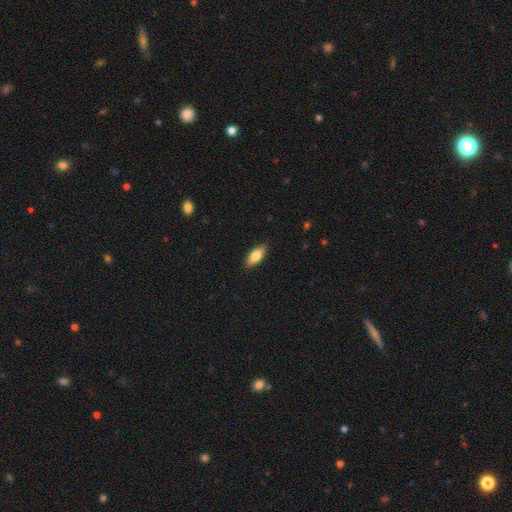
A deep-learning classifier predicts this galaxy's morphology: A smooth galaxy with no disk features (76%) that is in between round and cigar-shaped (77%). Merging: none (88%).